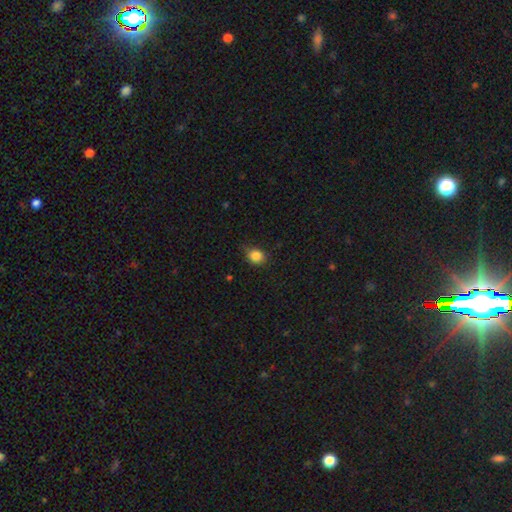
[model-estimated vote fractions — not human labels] Smooth or featured?
  - smooth: 85% *
  - star or artifact: 11%
  - featured or disk: 4%
How rounded?
  - round: 67% *
  - in between: 32%
  - cigar-shaped: 1%
Merging?
  - none: 75% *
  - minor disturbance: 20%
  - major disturbance: 4%
  - merger: 1%